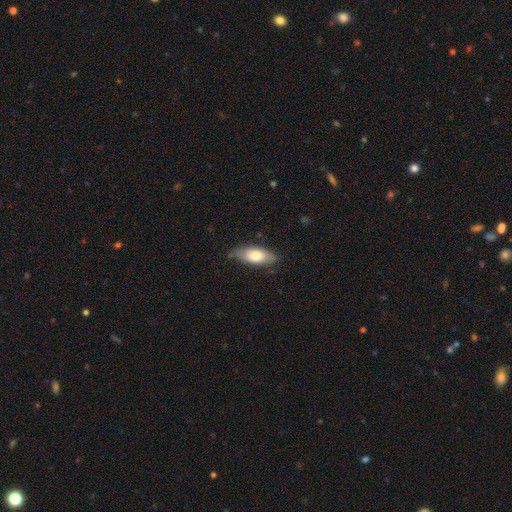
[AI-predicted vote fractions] Smooth or featured? smooth (71%)
How rounded? in between (79%)
Merging? none (76%)